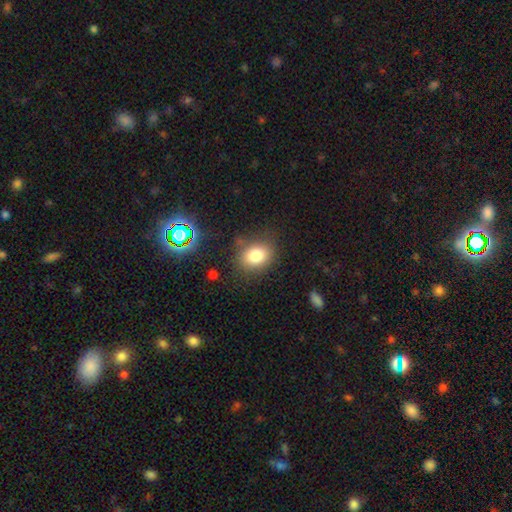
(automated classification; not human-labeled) This appears to be a smooth galaxy with no disk features (79%) that is in between round and cigar-shaped (55%). Merging: none (78%).